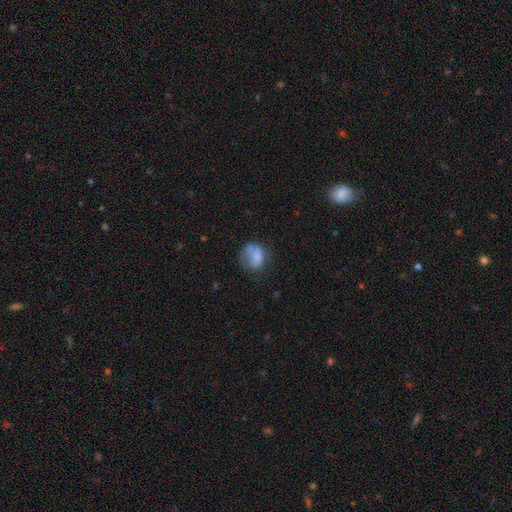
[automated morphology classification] Overall: smooth (70%). How rounded: round (53%; in between 45%). Merging: none (41%; minor disturbance 28%).